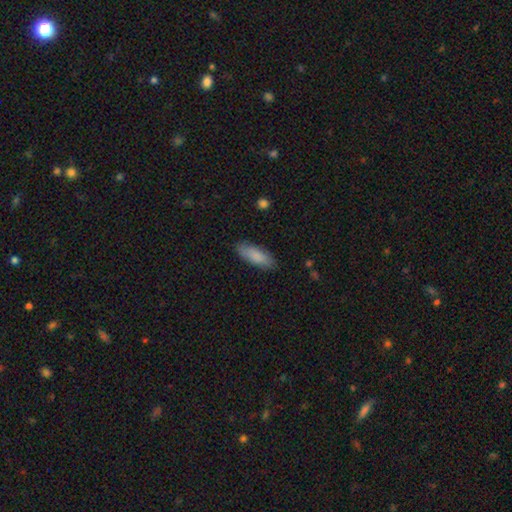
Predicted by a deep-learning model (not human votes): smooth_or_featured: smooth (p=0.85) [alt: featured or disk p=0.10]
how_rounded: in between (p=0.69) [alt: cigar-shaped p=0.29]
merging: none (p=0.84) [alt: minor disturbance p=0.12]